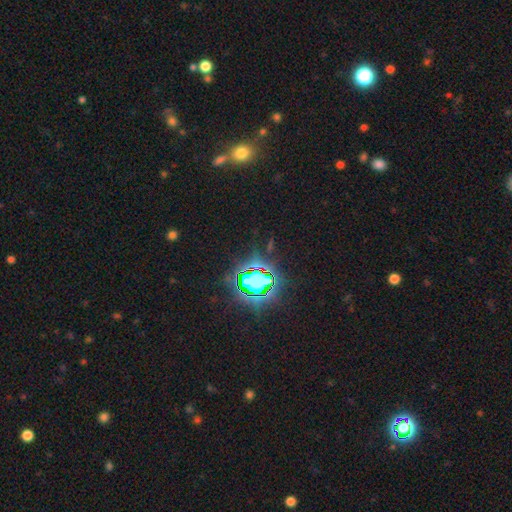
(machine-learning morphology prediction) A star or artifact, not a galaxy (77%).

Vote fractions:
- Smooth or featured? star or artifact: 77% / smooth: 16% / featured or disk: 8%